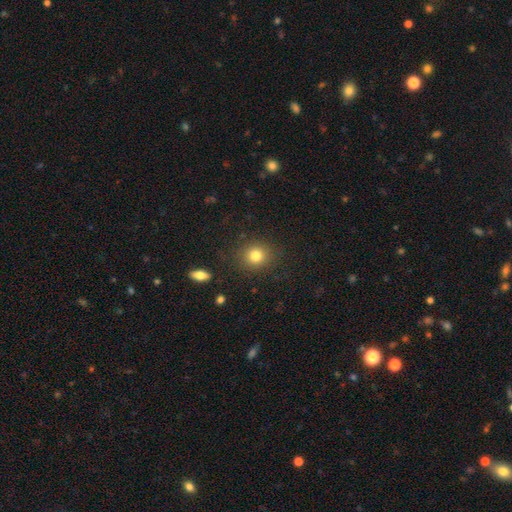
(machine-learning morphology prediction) Q: Smooth or featured?
A: smooth (82%); runner-up: star or artifact (11%)
Q: How rounded?
A: round (82%); runner-up: in between (17%)
Q: Merging?
A: none (87%); runner-up: minor disturbance (8%)